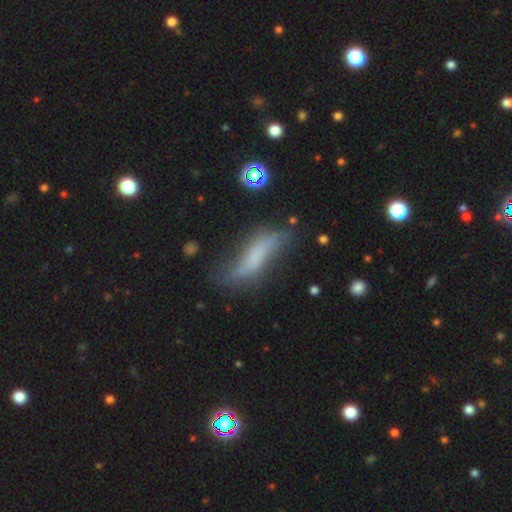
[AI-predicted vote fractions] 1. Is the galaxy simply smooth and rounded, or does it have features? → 46% featured or disk, 44% smooth, 10% star or artifact.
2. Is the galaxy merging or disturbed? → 54% none, 29% minor disturbance, 13% major disturbance, 4% merger.